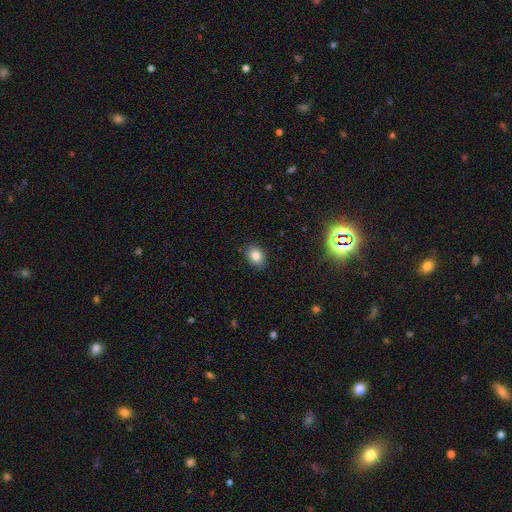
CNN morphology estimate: This appears to be a smooth galaxy with no disk features (83%) that is in between round and cigar-shaped (61%). Merging: none (84%).